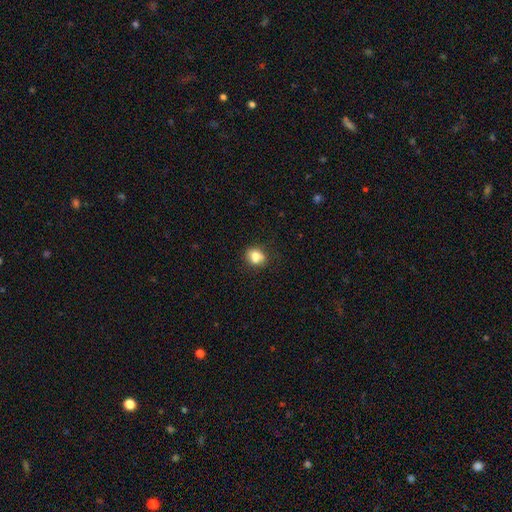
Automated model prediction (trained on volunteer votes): Morphology: type=smooth (77%); roundness=round (63%); merging=none (59%).